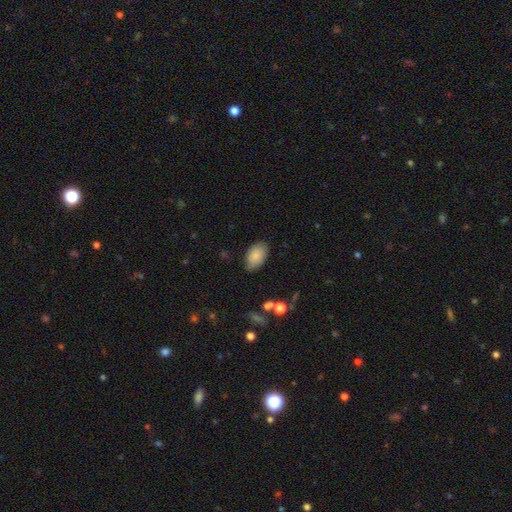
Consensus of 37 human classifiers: Morphology: type=smooth (89%); roundness=in between (91%); merging=none (86%).